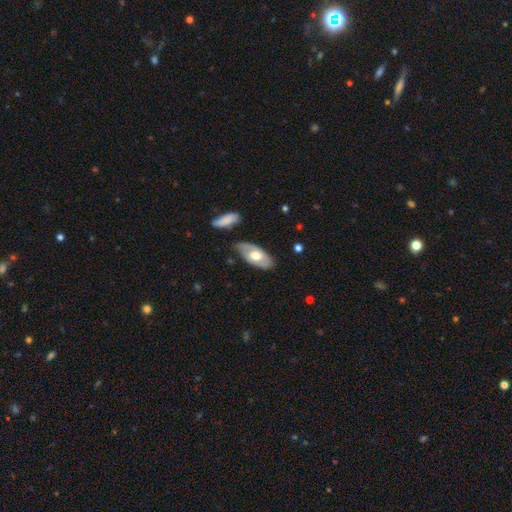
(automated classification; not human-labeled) Smooth or featured? Predicted: smooth (p=0.48). Merging? Predicted: none (p=0.72).